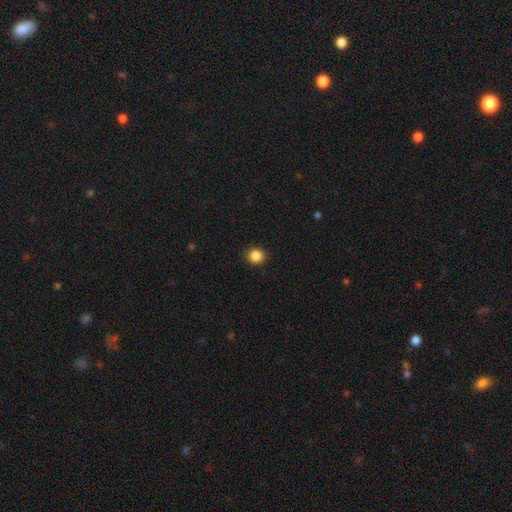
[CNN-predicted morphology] Smooth or featured: smooth — 86% (star or artifact — 11%)
How rounded: round — 89% (in between — 10%)
Merging: none — 92% (minor disturbance — 6%)